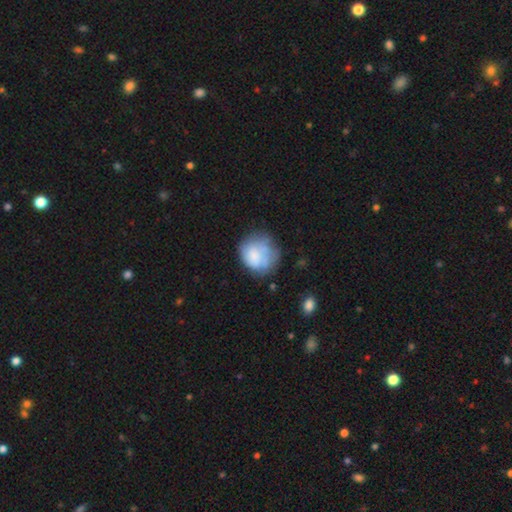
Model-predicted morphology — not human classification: A smooth galaxy with no disk features (60%) that is round (69%). Merging: none (46%).